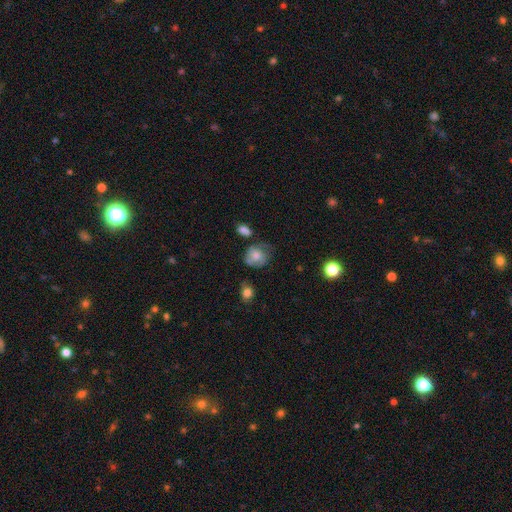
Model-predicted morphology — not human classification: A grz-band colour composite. It shows a smooth galaxy with no disk features (62%) that is round (62%). Merging: none (44%).